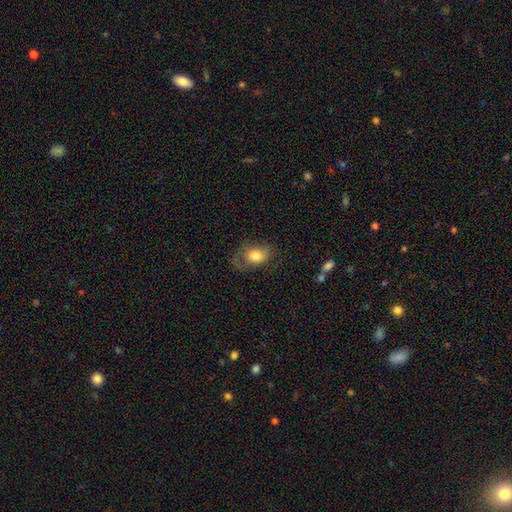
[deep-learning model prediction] Smooth or featured? smooth (74%)
How rounded? in between (73%)
Merging? none (52%)